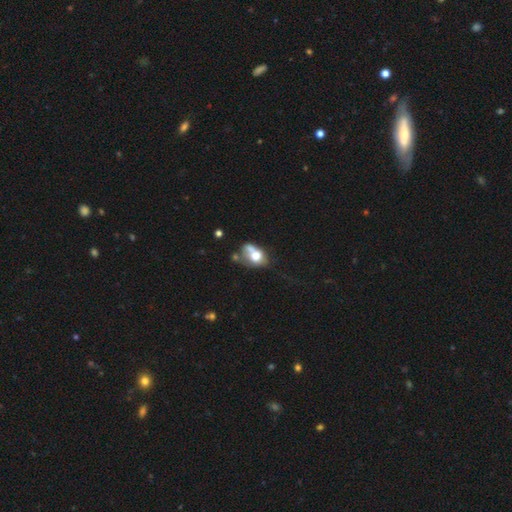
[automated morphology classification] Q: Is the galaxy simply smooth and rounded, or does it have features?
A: smooth — 61%.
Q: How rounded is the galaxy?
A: in between — 66%.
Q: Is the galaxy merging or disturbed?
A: merger — 41%.